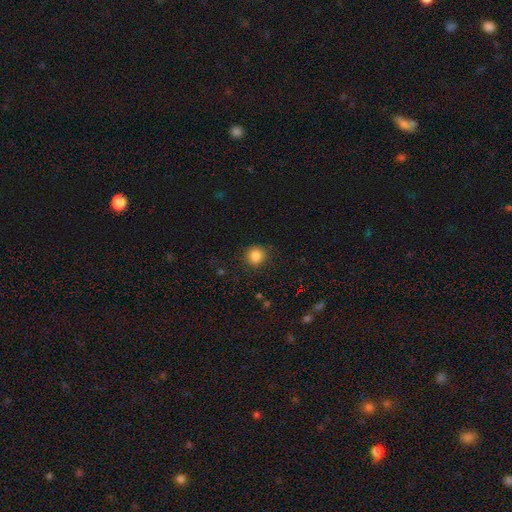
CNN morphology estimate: The model was most divided on "smooth or featured": smooth: 84%, star or artifact: 11%, featured or disk: 4%. More confident: how rounded — round (89%); merging — none (87%).